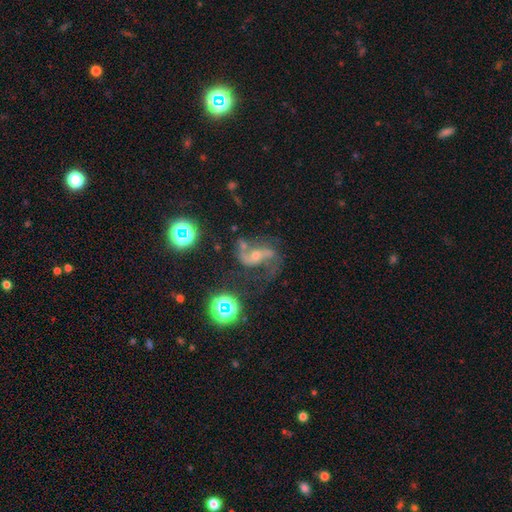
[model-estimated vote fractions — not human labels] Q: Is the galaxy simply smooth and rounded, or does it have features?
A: featured or disk — 80%.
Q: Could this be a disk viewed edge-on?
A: no — 97%.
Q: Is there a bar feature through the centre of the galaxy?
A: no — 41%.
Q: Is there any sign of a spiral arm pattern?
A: yes — 95%.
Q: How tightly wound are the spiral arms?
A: loose — 58%.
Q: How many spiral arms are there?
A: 2 — 89%.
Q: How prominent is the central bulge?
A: small — 53%.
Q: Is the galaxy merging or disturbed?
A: none — 58%.